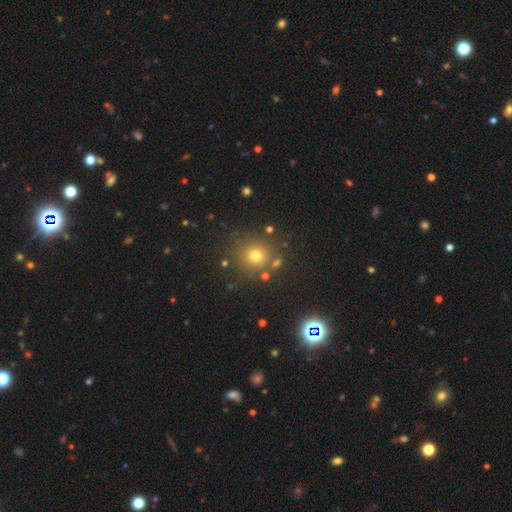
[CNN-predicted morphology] smooth_or_featured: smooth (p=0.71) [alt: star or artifact p=0.21]
how_rounded: round (p=0.92) [alt: in between p=0.07]
merging: none (p=0.81) [alt: minor disturbance p=0.09]